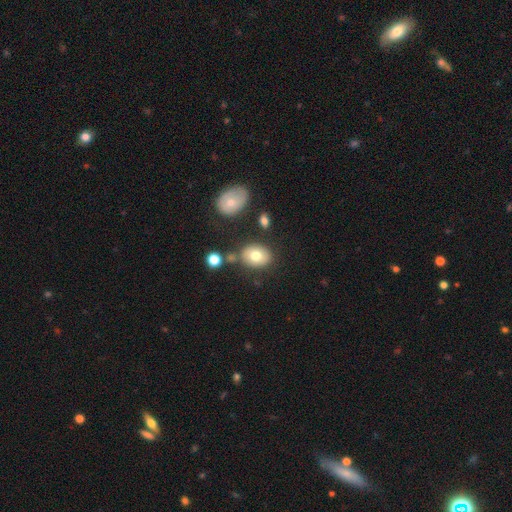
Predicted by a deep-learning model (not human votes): Smooth or featured?
  - smooth: 76% *
  - featured or disk: 15%
  - star or artifact: 9%
How rounded?
  - in between: 64% *
  - round: 35%
  - cigar-shaped: 1%
Merging?
  - none: 72% *
  - minor disturbance: 14%
  - merger: 9%
  - major disturbance: 4%